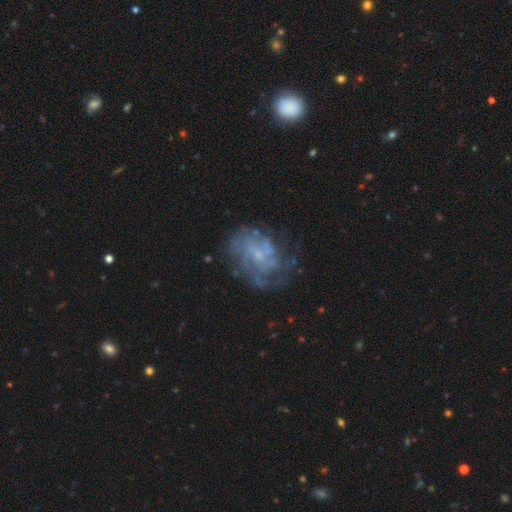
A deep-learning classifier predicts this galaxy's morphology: The model was most divided on "bar": no: 53%, weak: 38%, strong: 8%. More confident: edge-on disk — no (97%); spiral arms — yes (80%); smooth or featured — featured or disk (67%); bulge size — small (65%); merging — none (64%); spiral arm count — can't tell (53%); spiral winding — tight (50%).